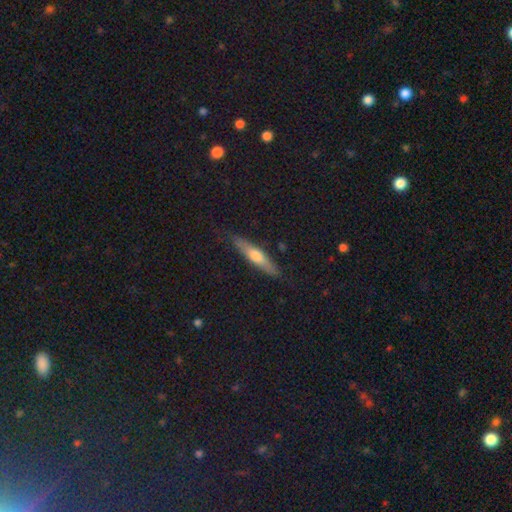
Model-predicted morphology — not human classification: Smooth or featured?
  - smooth: 52% *
  - featured or disk: 42%
  - star or artifact: 6%
How rounded?
  - cigar-shaped: 81% *
  - in between: 17%
  - round: 2%
Merging?
  - none: 82% *
  - minor disturbance: 14%
  - major disturbance: 3%
  - merger: 1%